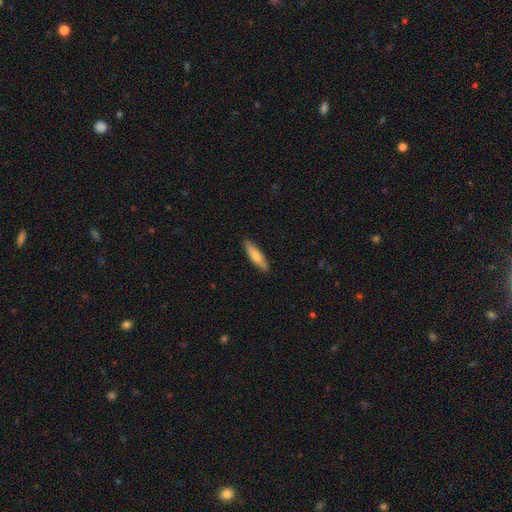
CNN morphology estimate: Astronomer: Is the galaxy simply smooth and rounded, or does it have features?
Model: smooth — 71%.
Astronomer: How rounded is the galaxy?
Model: cigar-shaped — 72%.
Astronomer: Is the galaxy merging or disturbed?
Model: none — 89%.